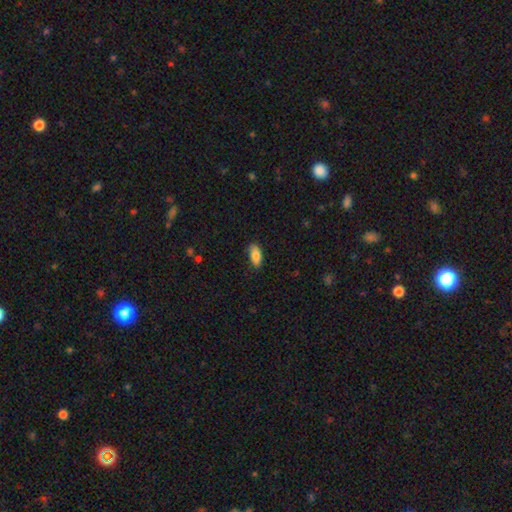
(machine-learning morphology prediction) A smooth galaxy with no disk features (85%) that is in between round and cigar-shaped (86%). Merging: none (80%).